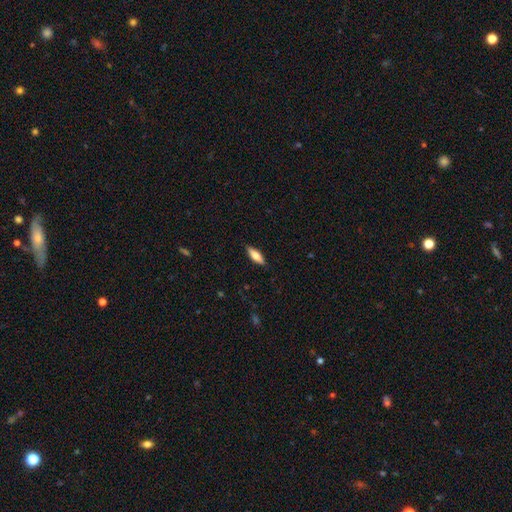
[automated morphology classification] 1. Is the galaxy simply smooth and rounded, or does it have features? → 67% smooth, 27% featured or disk, 6% star or artifact.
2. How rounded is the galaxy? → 57% in between, 41% cigar-shaped, 2% round.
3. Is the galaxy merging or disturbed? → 87% none, 10% minor disturbance, 2% major disturbance, 1% merger.